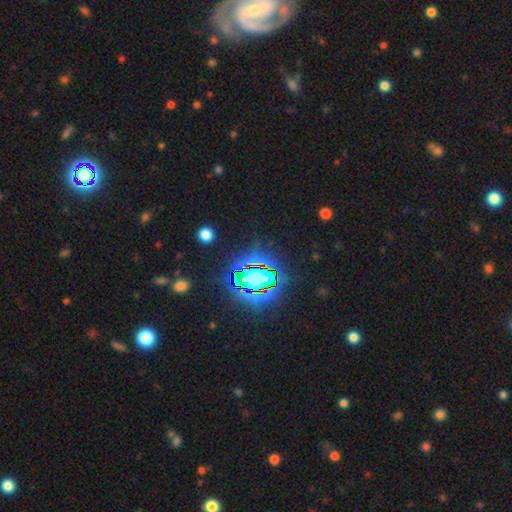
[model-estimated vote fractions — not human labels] Smooth or featured? star or artifact (71%)